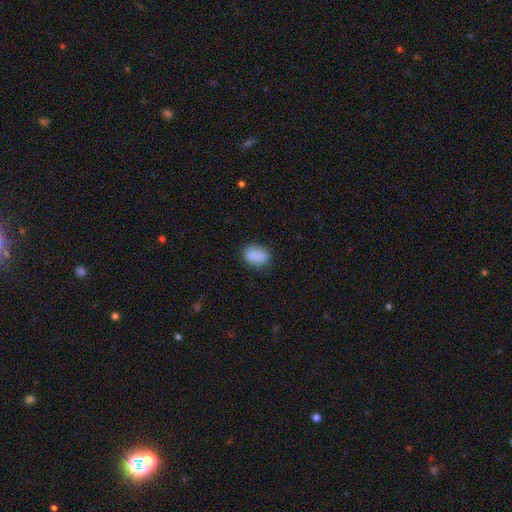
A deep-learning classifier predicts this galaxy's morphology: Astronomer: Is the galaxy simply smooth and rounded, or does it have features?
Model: smooth — 88%.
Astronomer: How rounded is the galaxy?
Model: in between — 84%.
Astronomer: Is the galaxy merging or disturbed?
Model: none — 78%.